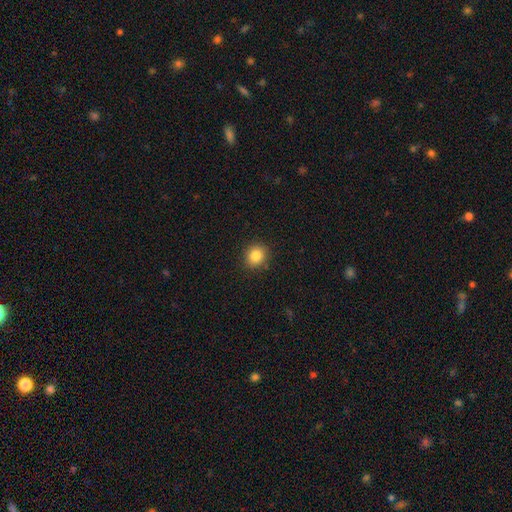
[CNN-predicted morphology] smooth 84%, star or artifact 11%, featured or disk 5%. Down the decision tree: how rounded — round (82%); merging — none (89%).